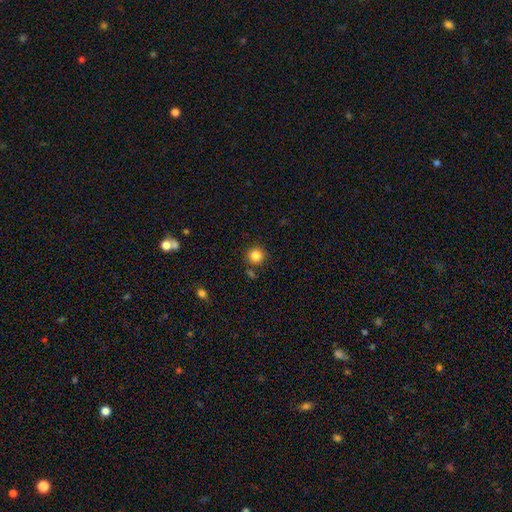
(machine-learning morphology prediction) A smooth galaxy with no disk features (84%) that is round (94%).

Vote fractions:
- Smooth or featured? smooth: 84% / star or artifact: 11% / featured or disk: 5%
- How rounded? round: 94% / in between: 6% / cigar-shaped: 1%
- Merging? none: 84% / minor disturbance: 8% / merger: 5% / major disturbance: 3%